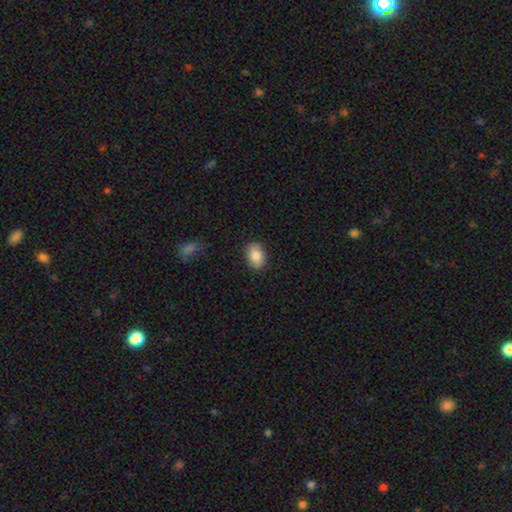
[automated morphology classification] Smooth or featured: smooth — 84% (featured or disk — 8%)
How rounded: in between — 79% (round — 20%)
Merging: none — 88% (minor disturbance — 9%)